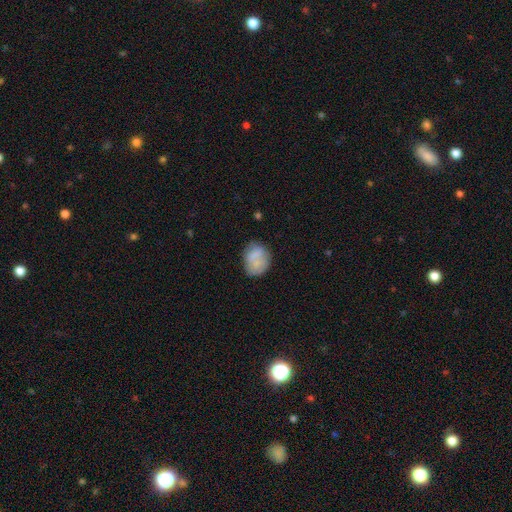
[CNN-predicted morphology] Smooth or featured: smooth — 73% (featured or disk — 19%)
How rounded: round — 52% (in between — 47%)
Merging: none — 58% (minor disturbance — 25%)